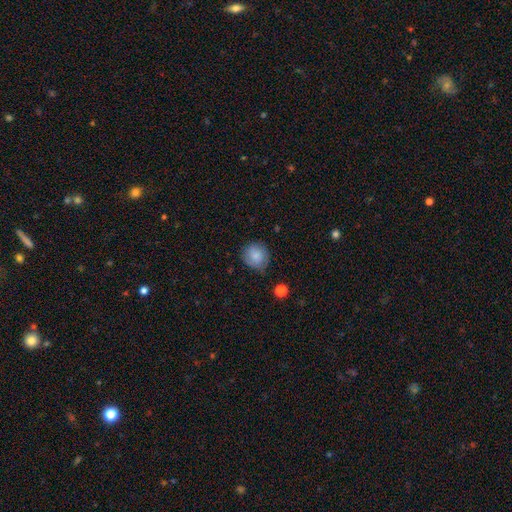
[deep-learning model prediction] Smooth or featured? smooth (82%)
How rounded? round (86%)
Merging? none (77%)